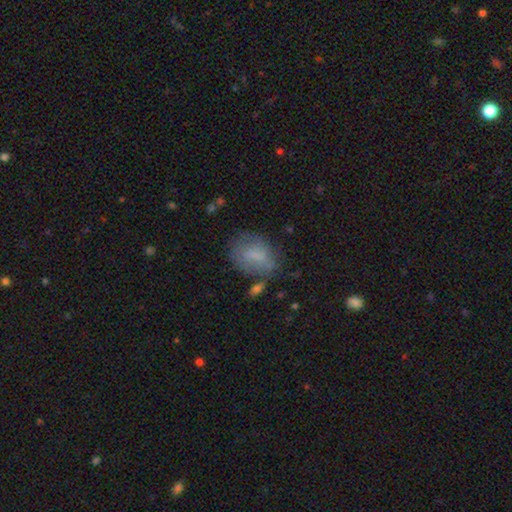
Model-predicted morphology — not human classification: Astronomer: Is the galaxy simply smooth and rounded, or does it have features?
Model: smooth — 68%.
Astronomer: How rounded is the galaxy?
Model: in between — 74%.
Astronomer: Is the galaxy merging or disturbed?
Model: none — 55%.